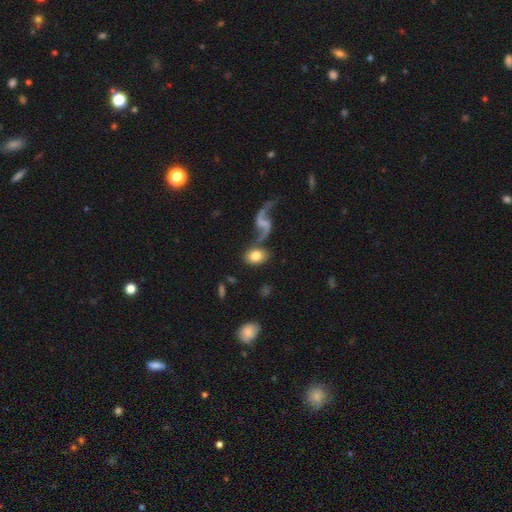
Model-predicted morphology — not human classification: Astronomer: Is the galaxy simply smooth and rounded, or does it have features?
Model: smooth — 63%.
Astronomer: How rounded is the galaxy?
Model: in between — 69%.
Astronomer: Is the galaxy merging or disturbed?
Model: none — 55%.